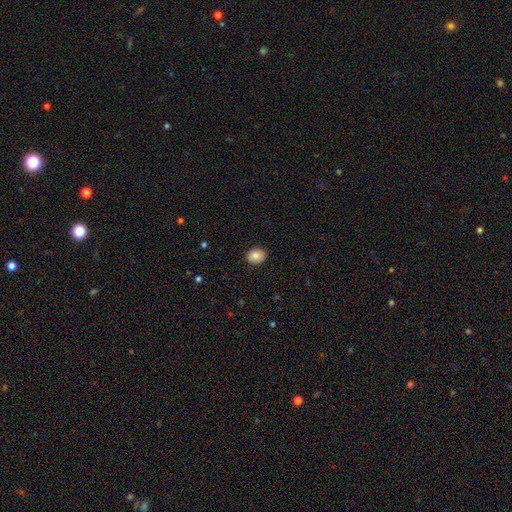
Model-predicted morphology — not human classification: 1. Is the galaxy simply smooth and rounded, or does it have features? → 86% smooth, 8% star or artifact, 6% featured or disk.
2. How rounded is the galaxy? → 54% in between, 46% round, 1% cigar-shaped.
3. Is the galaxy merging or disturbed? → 89% none, 8% minor disturbance, 2% major disturbance, 1% merger.